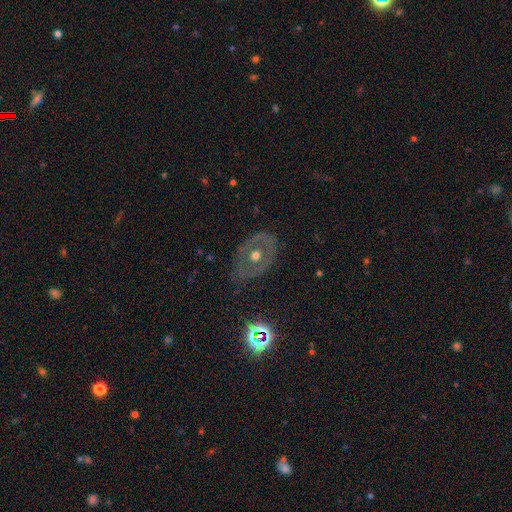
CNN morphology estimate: Smooth or featured?
  - featured or disk: 59% *
  - smooth: 31%
  - star or artifact: 9%
Edge-on disk?
  - no: 92% *
  - yes: 8%
Bar?
  - no: 89% *
  - weak: 8%
  - strong: 3%
Spiral arms?
  - no: 86% *
  - yes: 14%
Bulge size?
  - moderate: 79% *
  - small: 10%
  - large: 9%
  - dominant: 1%
  - none: 1%
Merging?
  - none: 74% *
  - minor disturbance: 16%
  - major disturbance: 8%
  - merger: 2%